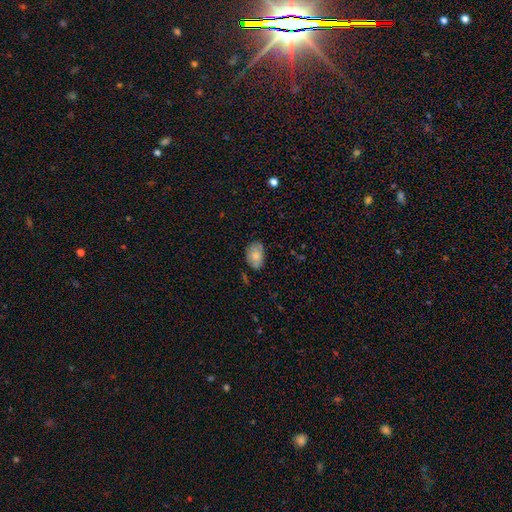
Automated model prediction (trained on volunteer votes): smooth 77%, featured or disk 16%, star or artifact 7%. Down the decision tree: how rounded — in between (82%); merging — none (74%).